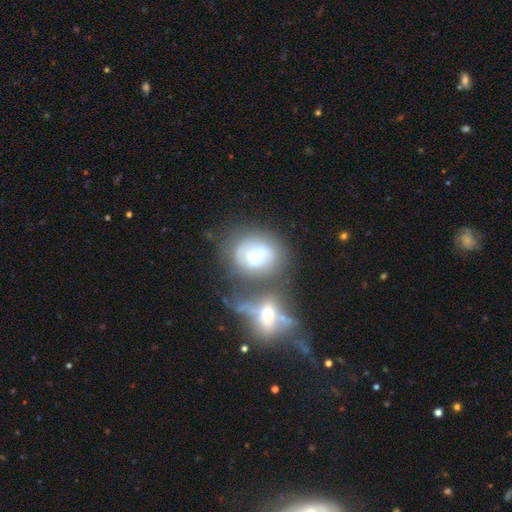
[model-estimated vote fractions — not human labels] featured or disk 50%, smooth 41%, star or artifact 9%. Down the decision tree: merging — none (39%).